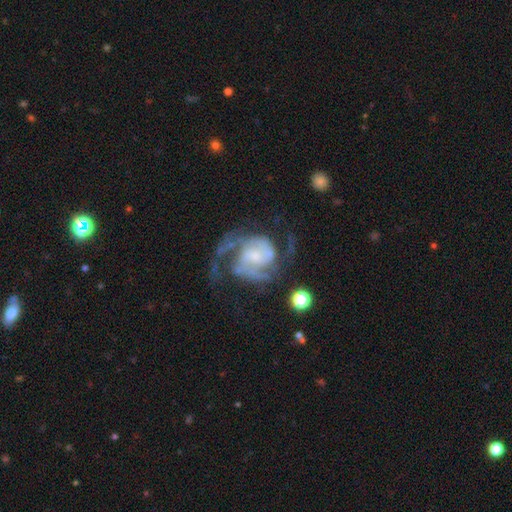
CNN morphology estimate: featured or disk 89%, smooth 5%, star or artifact 5%. Down the decision tree: edge-on disk — no (98%); bar — no (56%); spiral arms — yes (96%); spiral arm count — 2 (65%); spiral winding — medium (53%); bulge size — small (57%); merging — none (53%).